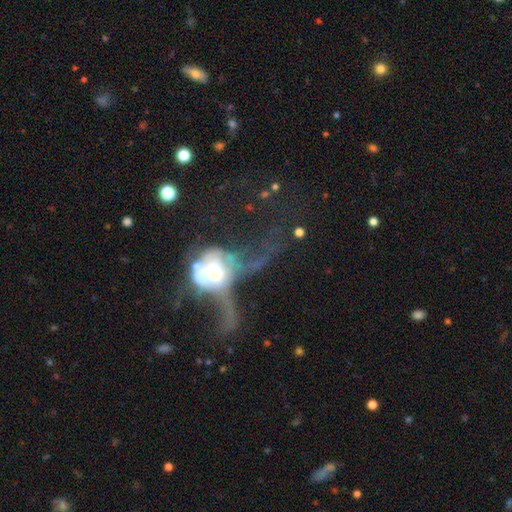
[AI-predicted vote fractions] Overall: featured or disk (51%; smooth 27%). Edge-on disk: no (85%). Merging: major disturbance (53%; merger 23%).